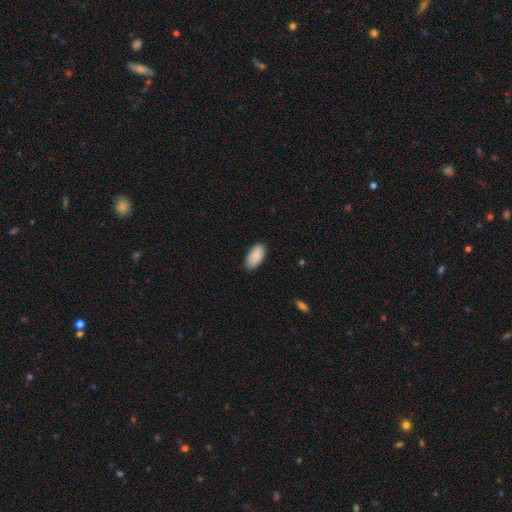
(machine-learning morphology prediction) Smooth or featured: smooth — 89% (star or artifact — 6%)
How rounded: in between — 94% (cigar-shaped — 4%)
Merging: none — 85% (minor disturbance — 12%)